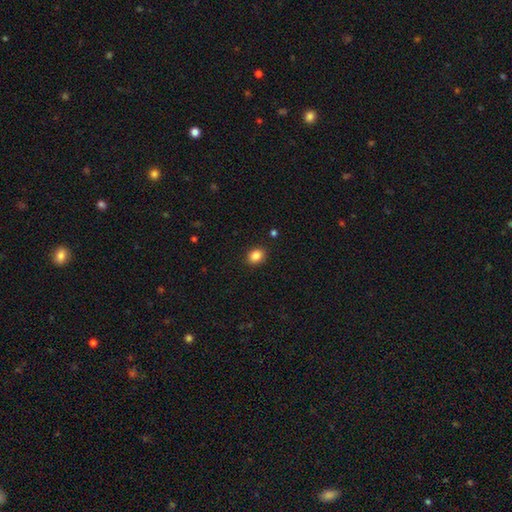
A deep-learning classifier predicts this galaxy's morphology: Smooth or featured? smooth (86%)
How rounded? in between (52%)
Merging? none (89%)